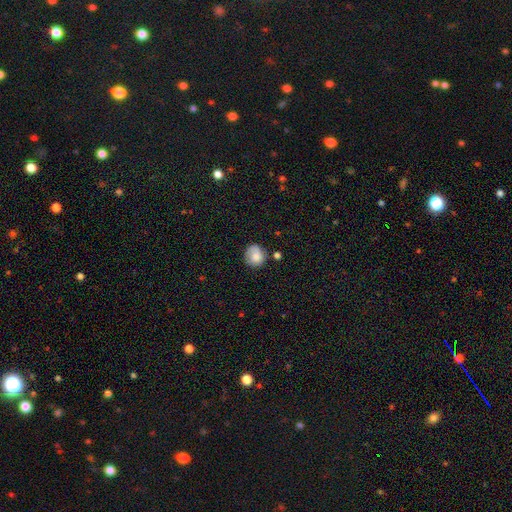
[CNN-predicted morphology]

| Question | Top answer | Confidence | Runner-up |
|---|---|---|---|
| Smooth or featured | smooth | 76% | featured or disk (15%) |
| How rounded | round | 84% | in between (15%) |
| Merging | none | 65% | minor disturbance (22%) |